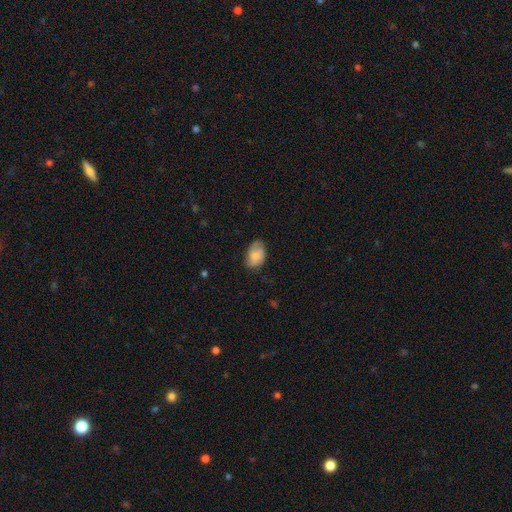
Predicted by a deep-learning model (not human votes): Overall: smooth (75%). How rounded: in between (84%). Merging: none (61%; minor disturbance 29%).